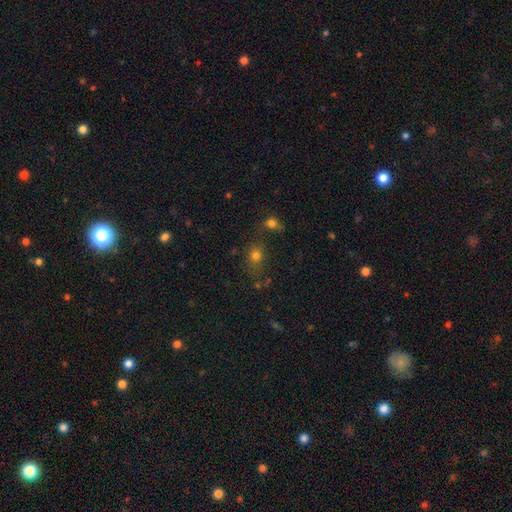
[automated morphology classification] smooth_or_featured: smooth (p=0.75) [alt: star or artifact p=0.16]
how_rounded: round (p=0.55) [alt: in between p=0.44]
merging: none (p=0.54) [alt: merger p=0.23]